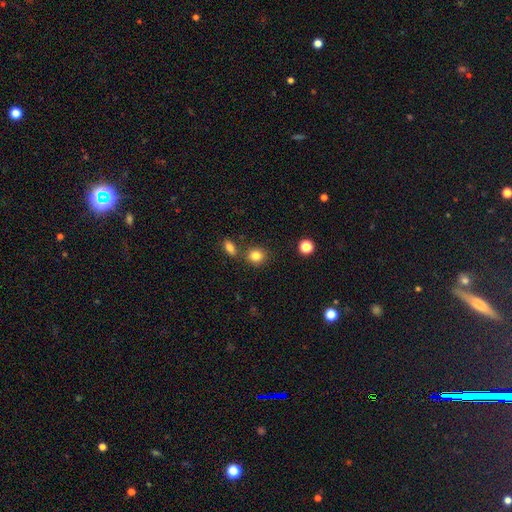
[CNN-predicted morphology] A smooth galaxy with no disk features (83%) that is round (73%).

Vote fractions:
- Smooth or featured? smooth: 83% / star or artifact: 10% / featured or disk: 6%
- How rounded? round: 73% / in between: 25% / cigar-shaped: 1%
- Merging? none: 75% / merger: 12% / minor disturbance: 10% / major disturbance: 3%